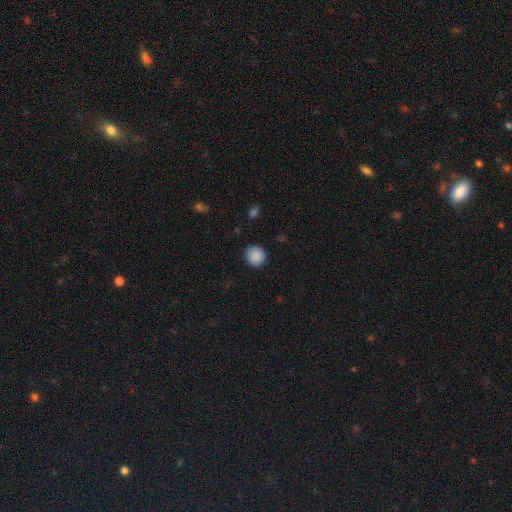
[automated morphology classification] The model was most divided on "merging": none: 89%, minor disturbance: 8%, major disturbance: 2%, merger: 1%. More confident: how rounded — round (92%); smooth or featured — smooth (89%).